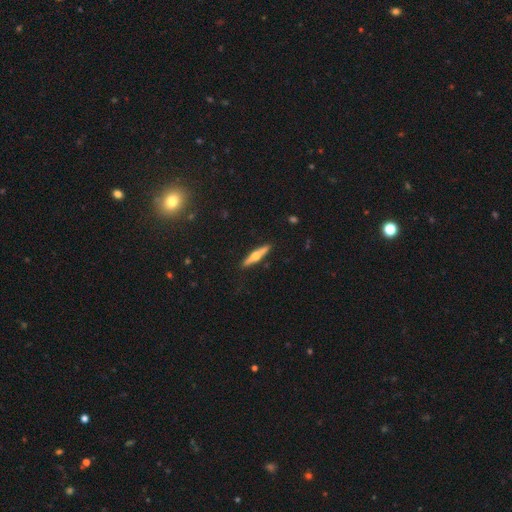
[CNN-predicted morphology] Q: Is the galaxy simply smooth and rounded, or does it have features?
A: featured or disk — 64%.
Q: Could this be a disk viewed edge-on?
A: yes — 97%.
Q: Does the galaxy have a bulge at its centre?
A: rounded — 94%.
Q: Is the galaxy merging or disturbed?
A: none — 90%.